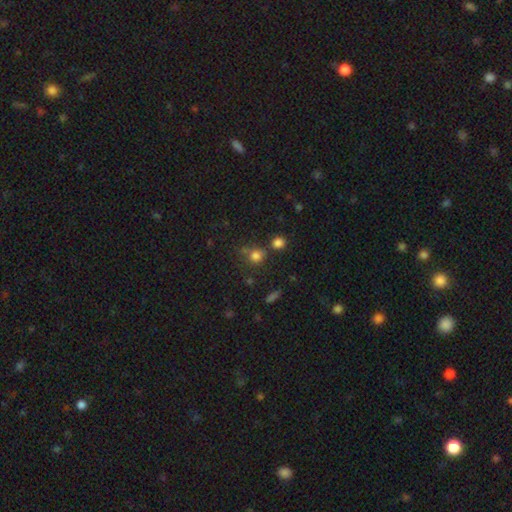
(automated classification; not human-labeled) Smooth or featured? smooth (77%)
How rounded? round (82%)
Merging? none (63%)